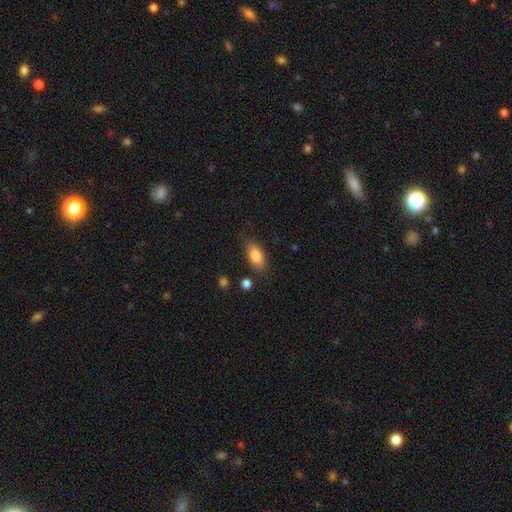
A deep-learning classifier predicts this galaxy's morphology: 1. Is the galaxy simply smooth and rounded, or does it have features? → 82% smooth, 11% featured or disk, 7% star or artifact.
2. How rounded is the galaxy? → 87% in between, 9% cigar-shaped, 4% round.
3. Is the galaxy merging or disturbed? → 80% none, 15% minor disturbance, 3% major disturbance, 2% merger.